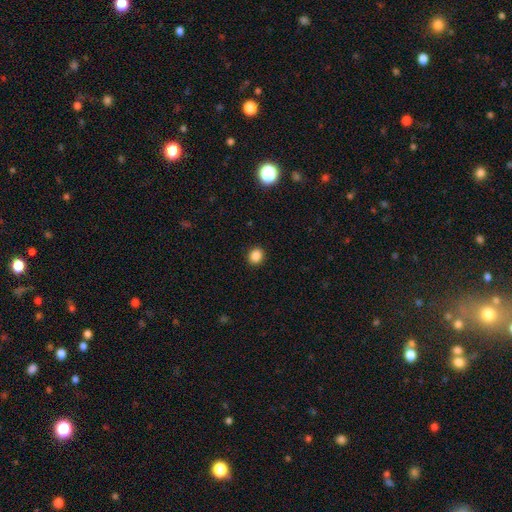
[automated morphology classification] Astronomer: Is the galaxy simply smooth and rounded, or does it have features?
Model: smooth — 87%.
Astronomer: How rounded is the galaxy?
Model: round — 76%.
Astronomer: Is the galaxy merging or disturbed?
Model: none — 92%.